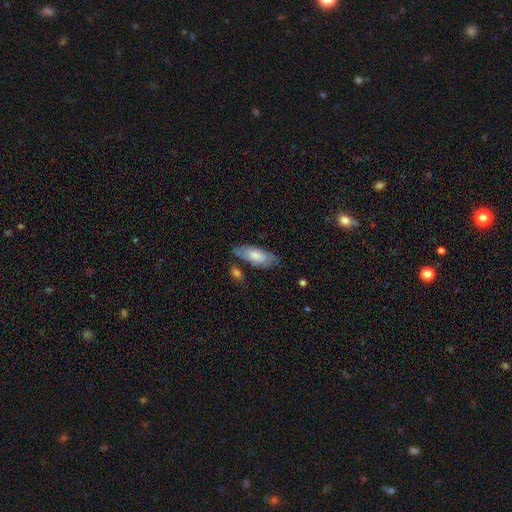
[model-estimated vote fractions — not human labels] Overall: smooth (73%). How rounded: in between (78%). Merging: none (66%).